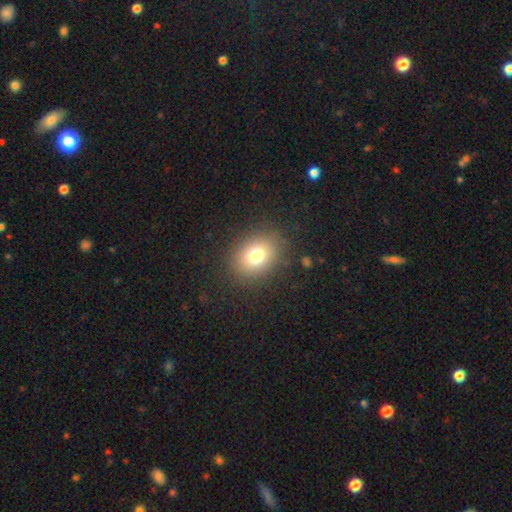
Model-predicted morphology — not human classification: Smooth or featured? Predicted: smooth (p=0.75). How rounded? Predicted: in between (p=0.50). Merging? Predicted: none (p=0.86).